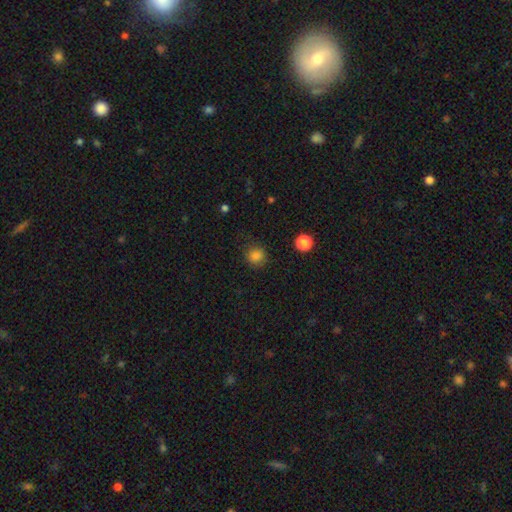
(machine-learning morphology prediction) smooth_or_featured: smooth (p=0.84) [alt: star or artifact p=0.12]
how_rounded: round (p=0.88) [alt: in between p=0.11]
merging: none (p=0.84) [alt: minor disturbance p=0.11]